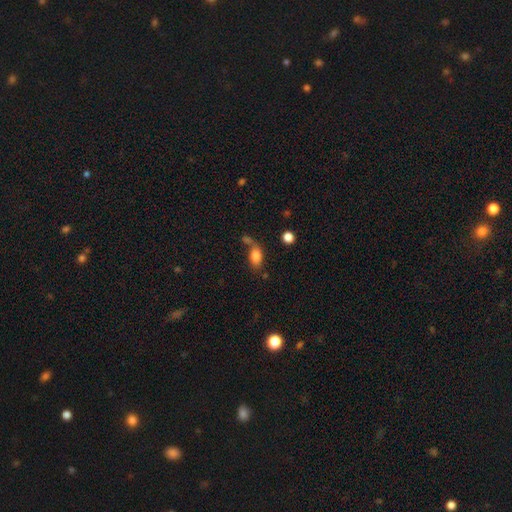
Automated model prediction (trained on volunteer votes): Overall: smooth (81%). How rounded: in between (87%). Merging: none (52%; merger 23%).